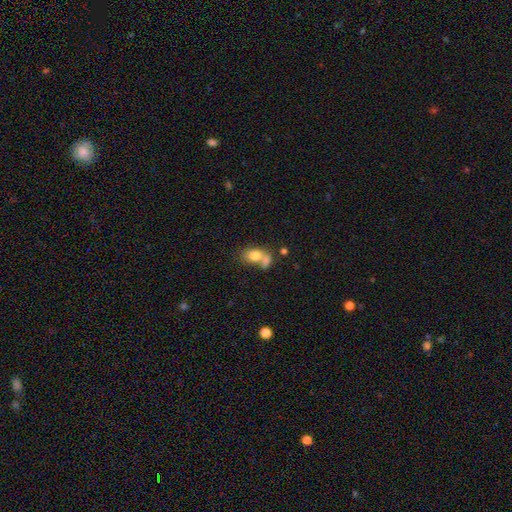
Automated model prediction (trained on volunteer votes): smooth_or_featured: smooth (p=0.77) [alt: featured or disk p=0.14]
how_rounded: in between (p=0.74) [alt: round p=0.24]
merging: merger (p=0.51) [alt: none p=0.29]